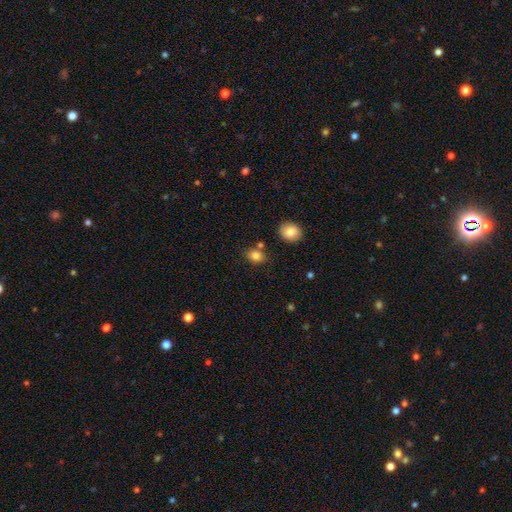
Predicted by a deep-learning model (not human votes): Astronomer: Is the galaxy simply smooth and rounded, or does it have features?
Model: smooth — 83%.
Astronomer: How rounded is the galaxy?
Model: in between — 54% (runner-up: round, 45%).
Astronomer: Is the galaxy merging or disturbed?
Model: none — 75%.